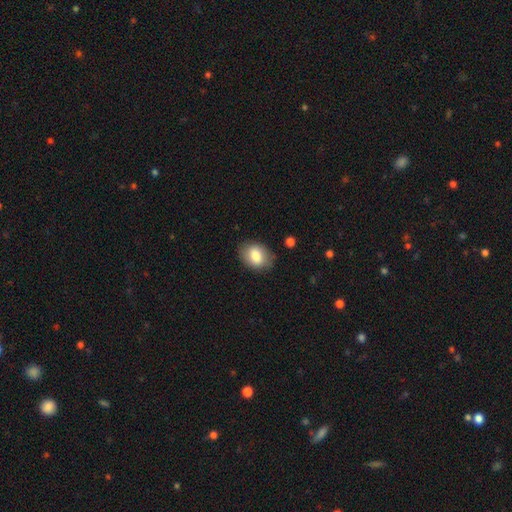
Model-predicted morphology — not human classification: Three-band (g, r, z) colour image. It shows a smooth galaxy with no disk features (82%) that is in between round and cigar-shaped (75%). Merging: none (81%).